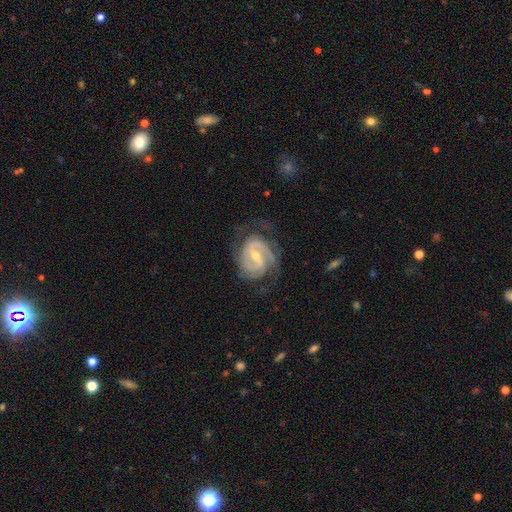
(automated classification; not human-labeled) featured or disk 91%, smooth 5%, star or artifact 4%. Down the decision tree: edge-on disk — no (98%); bar — weak (48%); spiral arms — yes (98%); spiral arm count — 2 (56%); spiral winding — tight (58%); bulge size — small (50%); merging — none (68%).